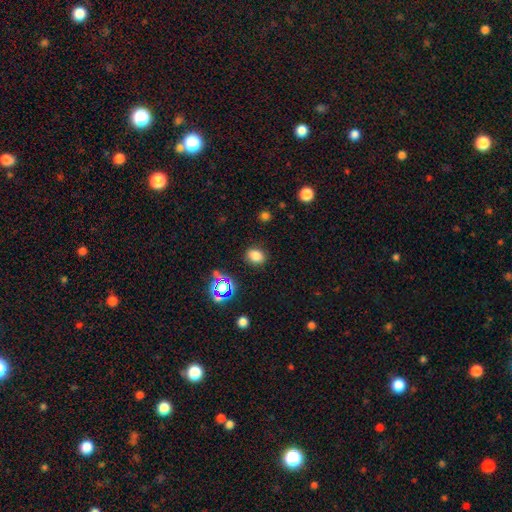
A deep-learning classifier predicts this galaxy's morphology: Smooth or featured? smooth (76%)
How rounded? in between (57%)
Merging? none (85%)